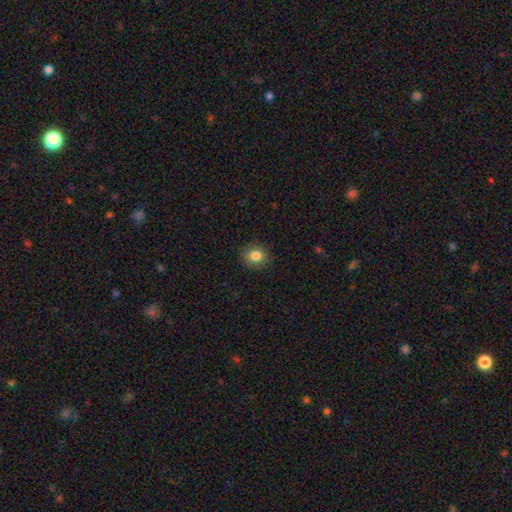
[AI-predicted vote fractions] A smooth galaxy with no disk features (84%) that is round (78%). Merging: none (87%).